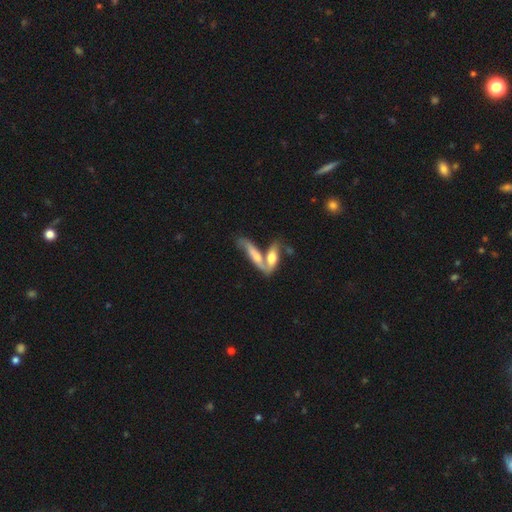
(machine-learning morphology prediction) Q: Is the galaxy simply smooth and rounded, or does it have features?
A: smooth — 47%, tied with featured or disk.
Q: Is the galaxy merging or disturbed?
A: merger — 59%.